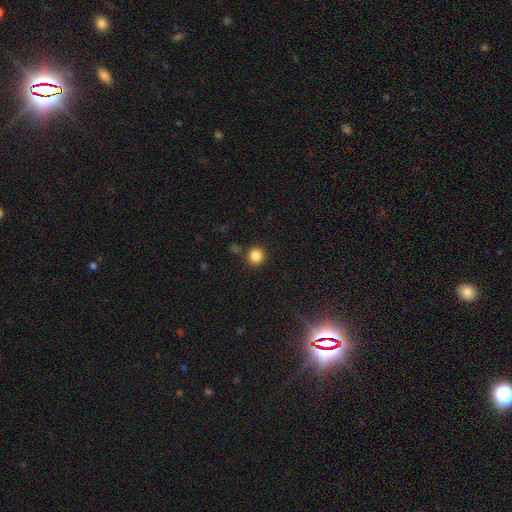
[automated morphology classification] Smooth or featured?
  - smooth: 85% *
  - star or artifact: 11%
  - featured or disk: 4%
How rounded?
  - round: 91% *
  - in between: 8%
  - cigar-shaped: 1%
Merging?
  - none: 87% *
  - minor disturbance: 7%
  - merger: 4%
  - major disturbance: 2%